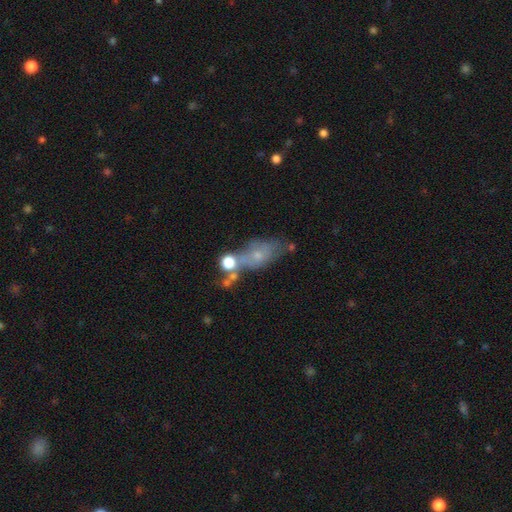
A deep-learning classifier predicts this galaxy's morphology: This appears to be a smooth galaxy with no disk features (43%). Merging: none (40%).